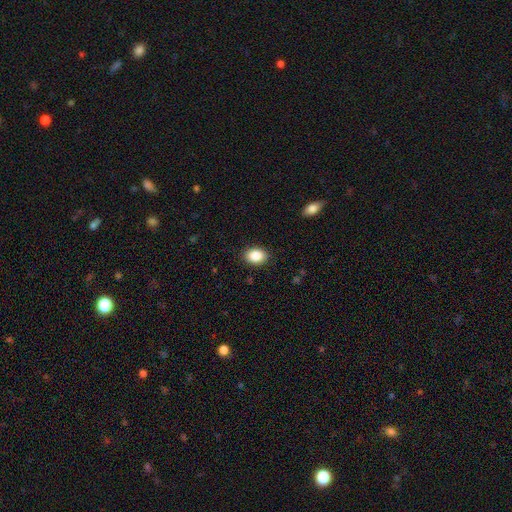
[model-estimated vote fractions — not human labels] smooth 88%, star or artifact 8%, featured or disk 4%. Down the decision tree: how rounded — in between (73%); merging — none (89%).